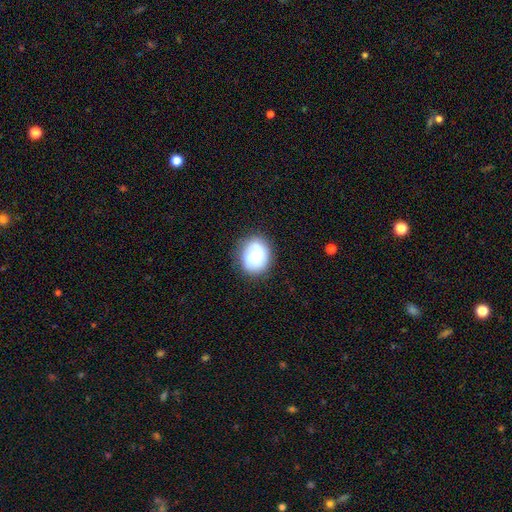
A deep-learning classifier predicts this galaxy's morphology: Smooth or featured?
  - smooth: 58% *
  - featured or disk: 33%
  - star or artifact: 9%
How rounded?
  - round: 61% *
  - in between: 38%
  - cigar-shaped: 1%
Merging?
  - none: 78% *
  - minor disturbance: 15%
  - major disturbance: 5%
  - merger: 2%